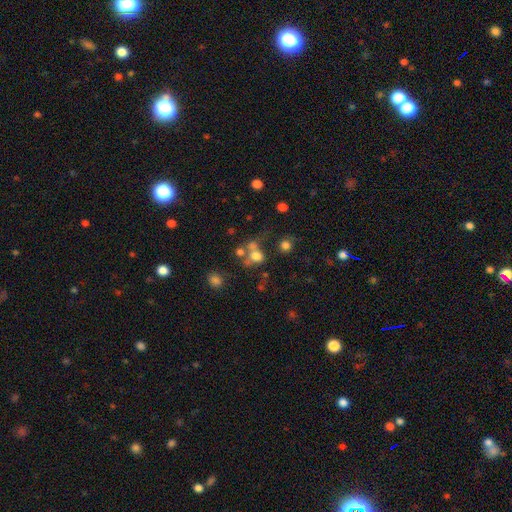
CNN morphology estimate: Overall: smooth (66%). How rounded: round (61%; in between 37%). Merging: merger (40%; none 35%).